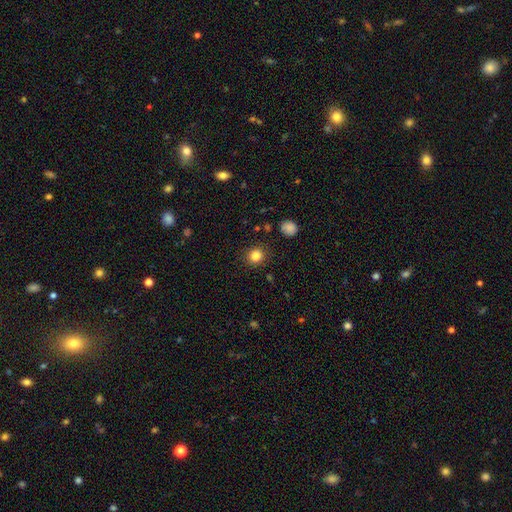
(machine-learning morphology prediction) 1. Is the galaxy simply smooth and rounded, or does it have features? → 83% smooth, 11% star or artifact, 5% featured or disk.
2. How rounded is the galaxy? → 85% round, 14% in between, 1% cigar-shaped.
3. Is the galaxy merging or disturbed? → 89% none, 7% minor disturbance, 3% major disturbance, 1% merger.